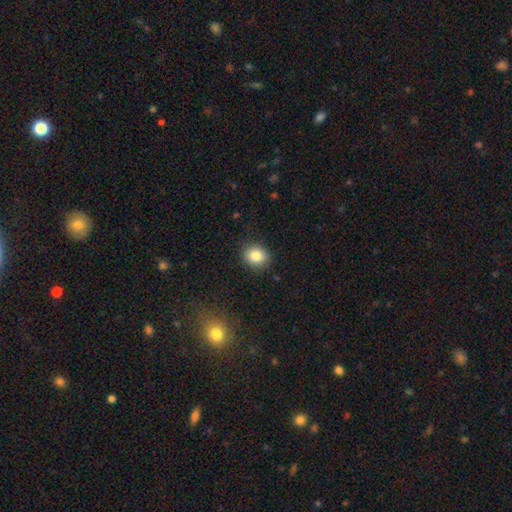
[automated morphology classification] type=smooth (84%); roundness=round (71%); merging=none (88%).